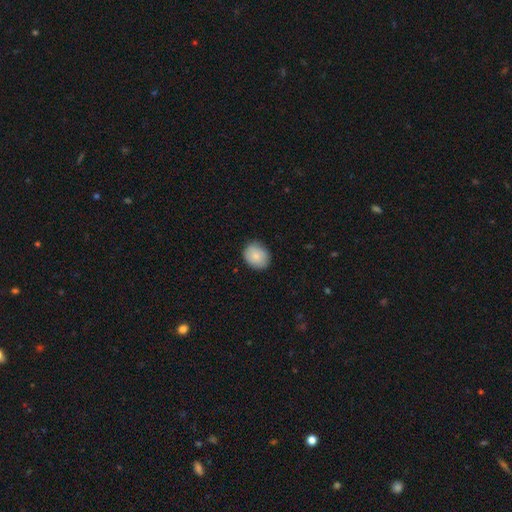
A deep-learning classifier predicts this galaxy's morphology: Overall: smooth (84%). How rounded: round (52%; in between 47%). Merging: none (84%).